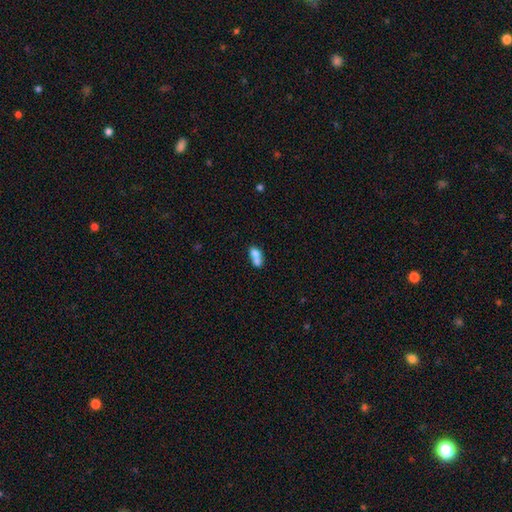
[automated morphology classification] Smooth or featured? Predicted: smooth (p=0.69). How rounded? Predicted: in between (p=0.73). Merging? Predicted: merger (p=0.66).